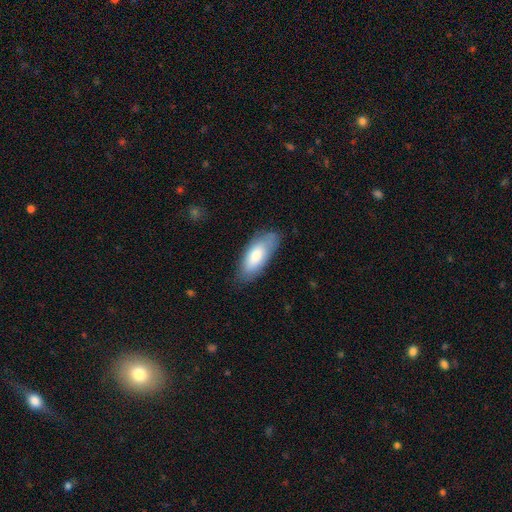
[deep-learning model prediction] smooth_or_featured: smooth (p=0.77) [alt: featured or disk p=0.17]
how_rounded: in between (p=0.83) [alt: cigar-shaped p=0.15]
merging: none (p=0.76) [alt: minor disturbance p=0.18]